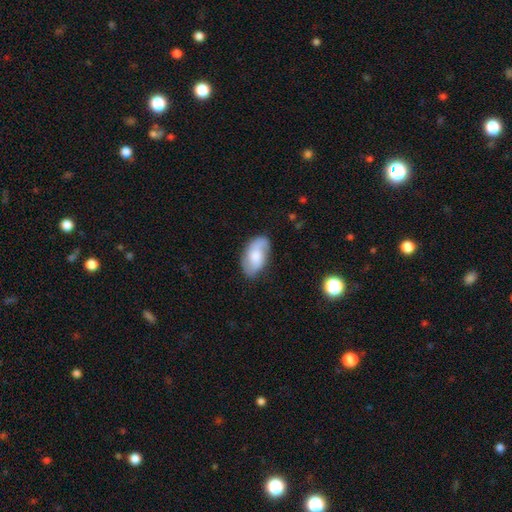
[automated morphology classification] Q: Smooth or featured?
A: featured or disk (50%); runner-up: smooth (43%)
Q: Edge-on disk?
A: no (95%); runner-up: yes (5%)
Q: Merging?
A: none (76%); runner-up: minor disturbance (17%)